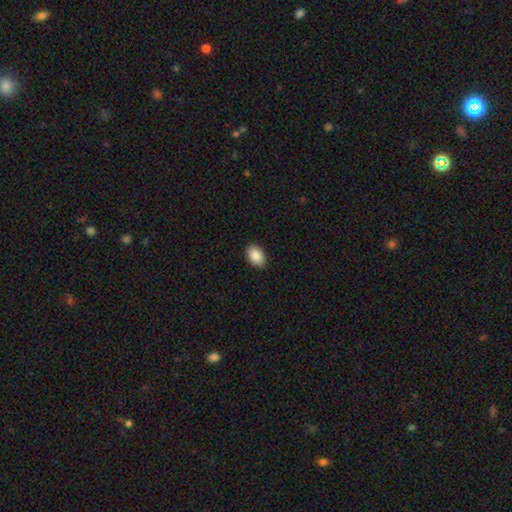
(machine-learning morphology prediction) type=smooth (88%); roundness=in between (89%); merging=none (90%).